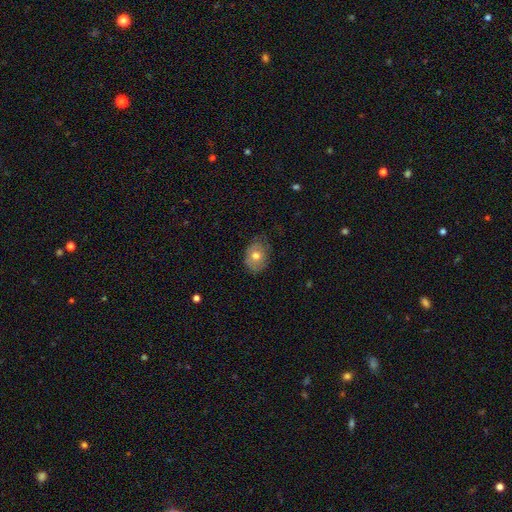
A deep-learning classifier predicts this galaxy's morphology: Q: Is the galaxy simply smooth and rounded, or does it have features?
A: smooth — 65%.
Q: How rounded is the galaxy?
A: in between — 65%.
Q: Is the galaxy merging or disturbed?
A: none — 66%.